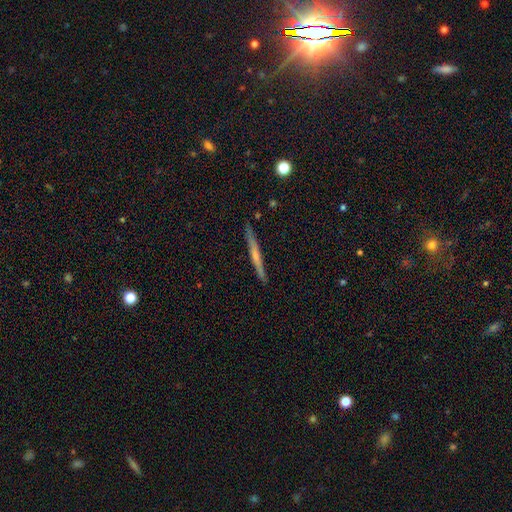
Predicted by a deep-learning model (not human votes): This is possibly a featured or disk galaxy (56%). It is clearly viewed edge-on (97%). Edge-on bulge: likely none (60%). Merging: clearly none (90%).